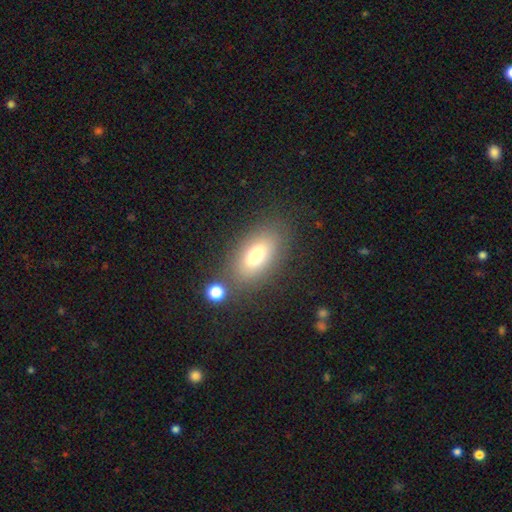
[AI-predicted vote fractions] Smooth or featured? smooth (73%)
How rounded? in between (88%)
Merging? none (77%)